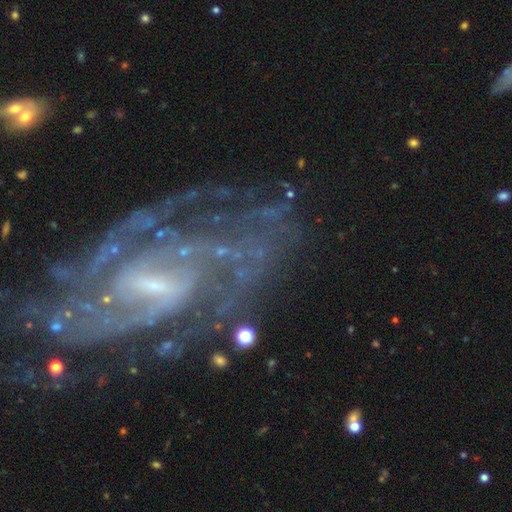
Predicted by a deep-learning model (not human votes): smooth_or_featured: featured or disk (p=0.89) [alt: star or artifact p=0.07]
disk_edge_on: no (p=0.97) [alt: yes p=0.03]
bar: weak (p=0.49) [alt: strong p=0.30]
has_spiral_arms: yes (p=0.96) [alt: no p=0.04]
spiral_winding: tight (p=0.50) [alt: medium p=0.39]
spiral_arm_count: 2 (p=0.32) [alt: can't tell p=0.26]
bulge_size: small (p=0.65) [alt: moderate p=0.21]
merging: none (p=0.67) [alt: minor disturbance p=0.17]